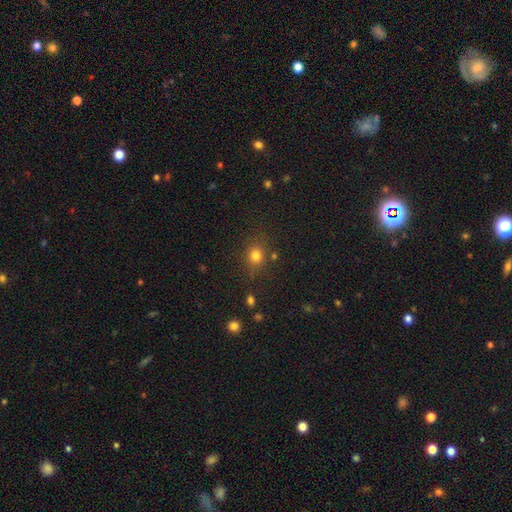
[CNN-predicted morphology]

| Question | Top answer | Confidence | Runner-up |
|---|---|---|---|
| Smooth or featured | smooth | 79% | star or artifact (15%) |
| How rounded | round | 76% | in between (22%) |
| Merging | none | 80% | minor disturbance (12%) |